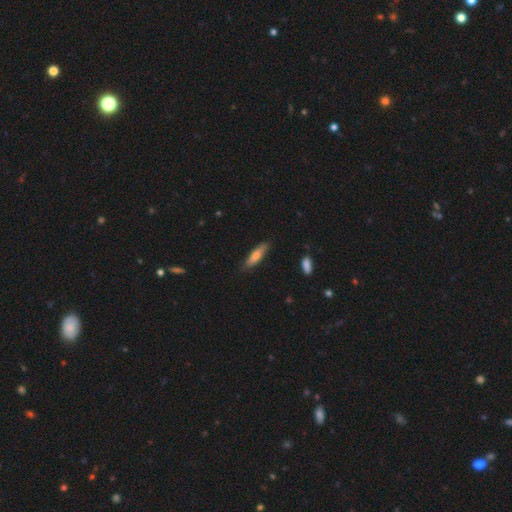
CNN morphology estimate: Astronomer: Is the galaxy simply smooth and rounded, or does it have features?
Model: smooth — 71%.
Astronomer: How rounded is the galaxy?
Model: cigar-shaped — 73%.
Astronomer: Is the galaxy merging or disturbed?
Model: none — 82%.